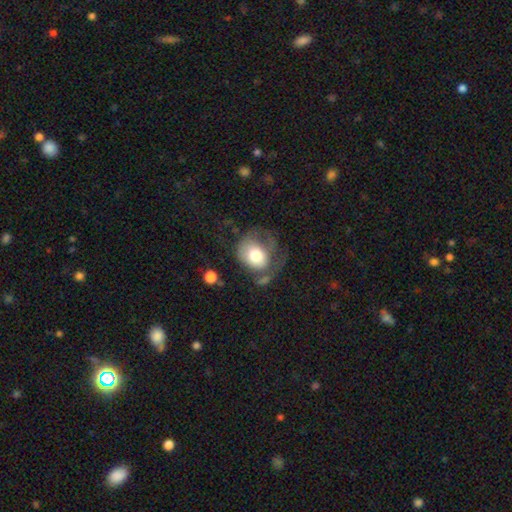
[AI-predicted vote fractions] smooth 65%, featured or disk 27%, star or artifact 8%. Down the decision tree: how rounded — round (59%); merging — major disturbance (43%).